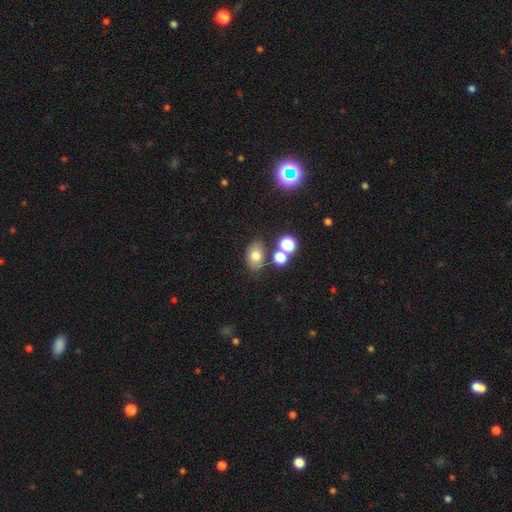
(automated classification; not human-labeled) Overall: smooth (73%). How rounded: in between (76%). Merging: none (71%).